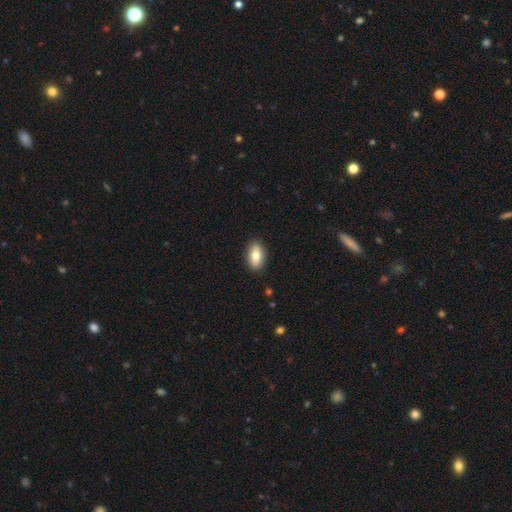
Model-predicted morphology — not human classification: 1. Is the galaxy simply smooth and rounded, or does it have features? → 78% smooth, 15% featured or disk, 7% star or artifact.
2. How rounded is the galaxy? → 89% in between, 6% round, 5% cigar-shaped.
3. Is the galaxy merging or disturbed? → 89% none, 8% minor disturbance, 2% major disturbance, 1% merger.